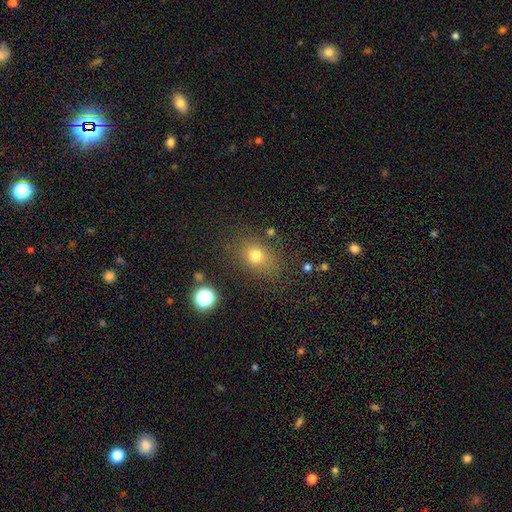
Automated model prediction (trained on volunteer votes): Smooth or featured? Predicted: smooth (p=0.74). How rounded? Predicted: in between (p=0.59). Merging? Predicted: none (p=0.77).